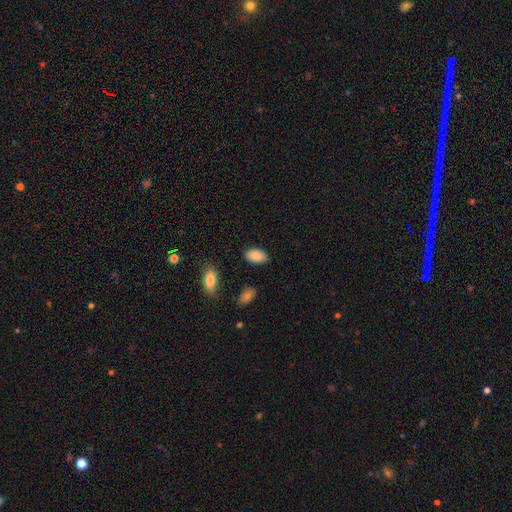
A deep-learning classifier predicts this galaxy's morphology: Smooth or featured? Predicted: smooth (p=0.88). How rounded? Predicted: in between (p=0.94). Merging? Predicted: none (p=0.86).